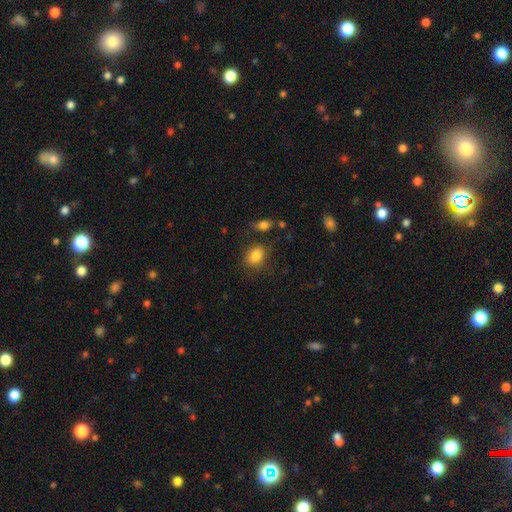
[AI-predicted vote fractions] Smooth or featured?
  - smooth: 84% *
  - star or artifact: 9%
  - featured or disk: 7%
How rounded?
  - in between: 65% *
  - round: 34%
  - cigar-shaped: 1%
Merging?
  - none: 75% *
  - minor disturbance: 16%
  - major disturbance: 5%
  - merger: 4%